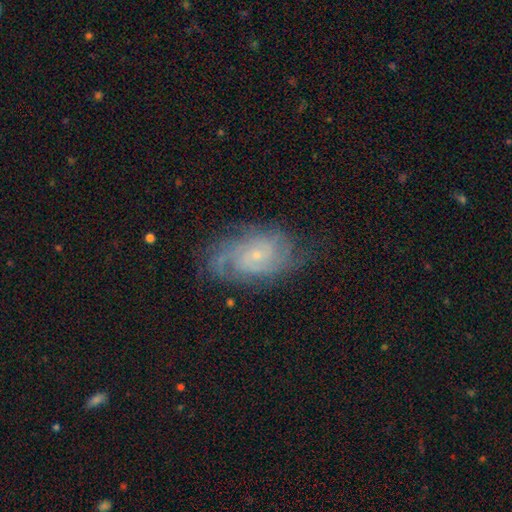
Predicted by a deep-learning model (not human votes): featured or disk 83%, smooth 10%, star or artifact 7%. Down the decision tree: edge-on disk — no (96%); bar — no (70%); spiral arms — yes (96%); spiral arm count — can't tell (33%); spiral winding — tight (61%); bulge size — small (80%); merging — none (71%).